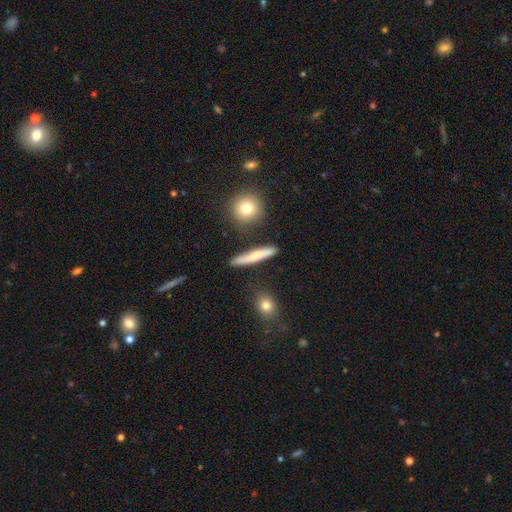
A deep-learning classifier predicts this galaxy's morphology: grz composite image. It shows a smooth galaxy with no disk features (59%) that is cigar-shaped (88%). Merging: none (87%).